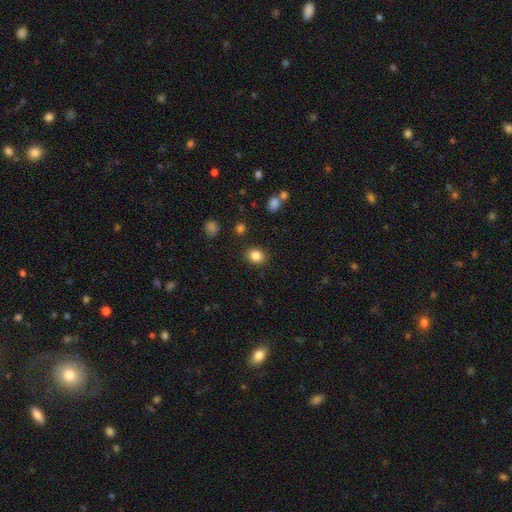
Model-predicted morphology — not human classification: A smooth galaxy with no disk features (85%) that is round (65%). Merging: none (87%).